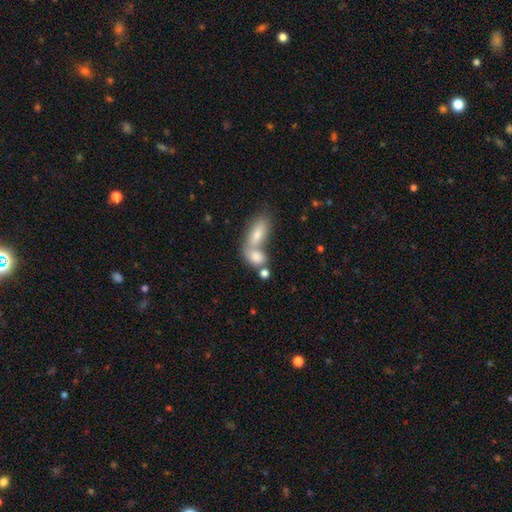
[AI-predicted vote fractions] Smooth or featured? smooth (69%)
How rounded? in between (76%)
Merging? merger (65%)